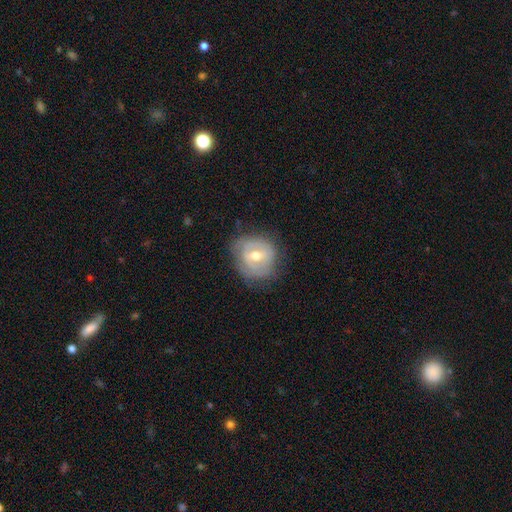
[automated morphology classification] Smooth or featured? Predicted: featured or disk (p=0.60). Edge-on disk? Predicted: no (p=0.95). Bar? Predicted: weak (p=0.48). Spiral arms? Predicted: yes (p=0.52). Bulge size? Predicted: moderate (p=0.74). Merging? Predicted: none (p=0.69).